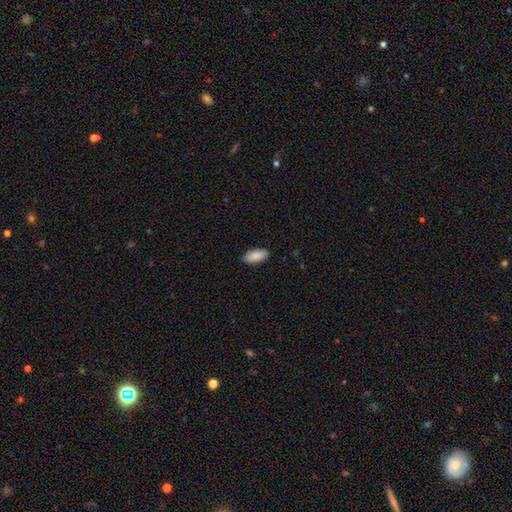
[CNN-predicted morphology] Smooth or featured? Predicted: smooth (p=0.89). How rounded? Predicted: in between (p=0.91). Merging? Predicted: none (p=0.88).